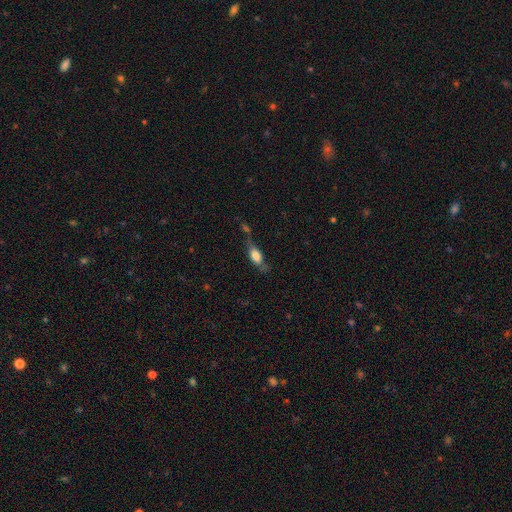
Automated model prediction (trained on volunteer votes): Q: Smooth or featured?
A: smooth (66%); runner-up: featured or disk (25%)
Q: How rounded?
A: in between (74%); runner-up: cigar-shaped (21%)
Q: Merging?
A: none (41%); runner-up: minor disturbance (26%)